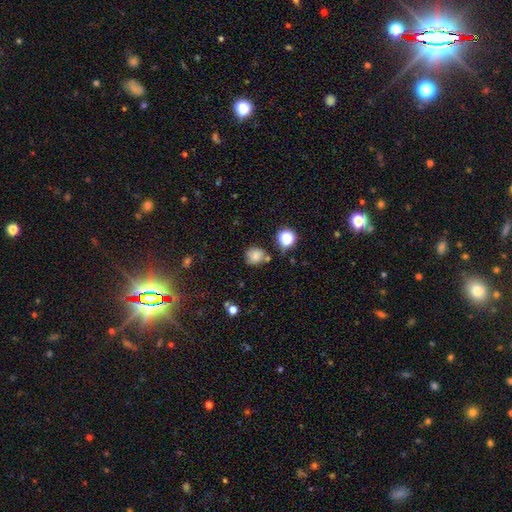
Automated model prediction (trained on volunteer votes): Smooth or featured: smooth — 79% (star or artifact — 14%)
How rounded: round — 83% (in between — 16%)
Merging: none — 68% (minor disturbance — 18%)